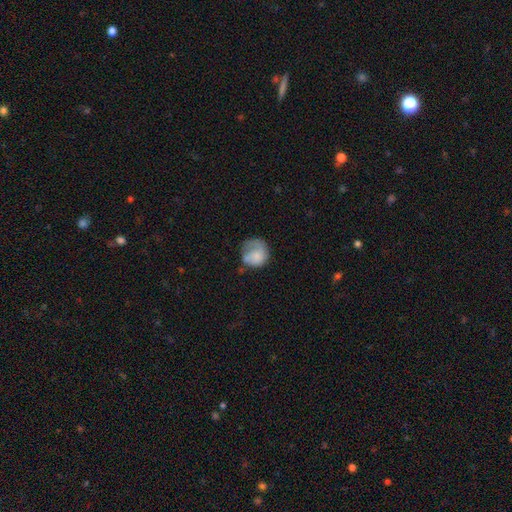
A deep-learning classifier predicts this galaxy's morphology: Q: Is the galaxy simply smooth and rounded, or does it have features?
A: smooth — 66%.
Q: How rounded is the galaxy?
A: round — 76%.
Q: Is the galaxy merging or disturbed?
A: none — 38%.